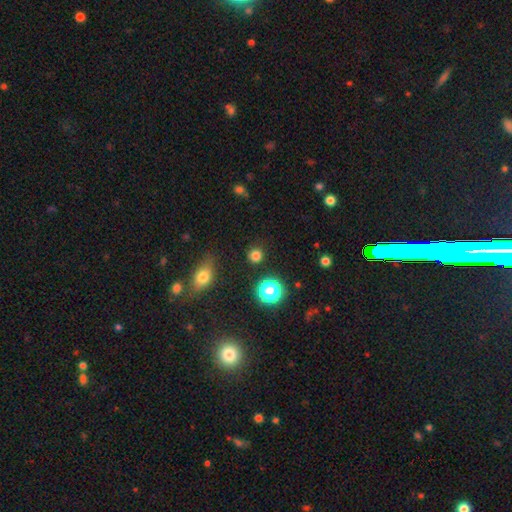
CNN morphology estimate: A smooth galaxy with no disk features (79%) that is round (91%).

Vote fractions:
- Smooth or featured? smooth: 79% / star or artifact: 17% / featured or disk: 4%
- How rounded? round: 91% / in between: 8% / cigar-shaped: 1%
- Merging? none: 88% / minor disturbance: 8% / major disturbance: 3% / merger: 2%